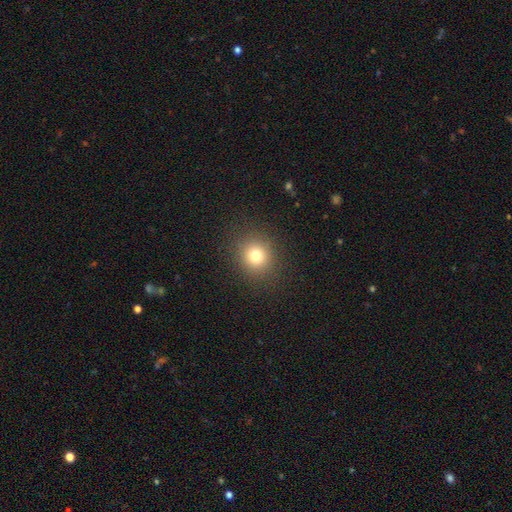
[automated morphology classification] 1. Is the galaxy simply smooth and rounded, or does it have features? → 77% smooth, 15% star or artifact, 8% featured or disk.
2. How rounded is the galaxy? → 85% round, 14% in between, 1% cigar-shaped.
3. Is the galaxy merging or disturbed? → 89% none, 7% minor disturbance, 3% major disturbance, 1% merger.